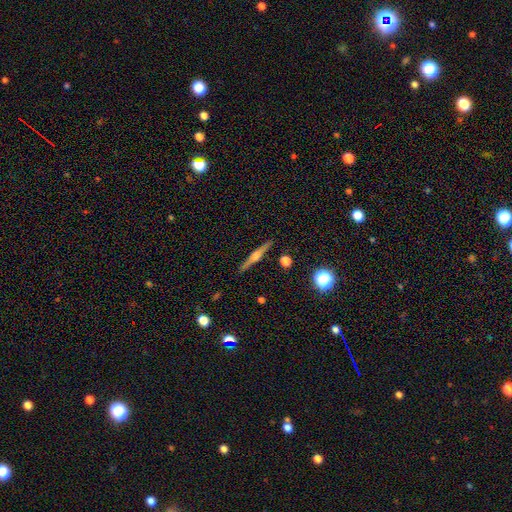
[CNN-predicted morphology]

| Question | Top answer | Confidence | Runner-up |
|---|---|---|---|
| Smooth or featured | featured or disk | 73% | smooth (20%) |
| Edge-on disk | yes | 98% | no (2%) |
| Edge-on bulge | rounded | 87% | boxy (8%) |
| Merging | none | 91% | minor disturbance (6%) |